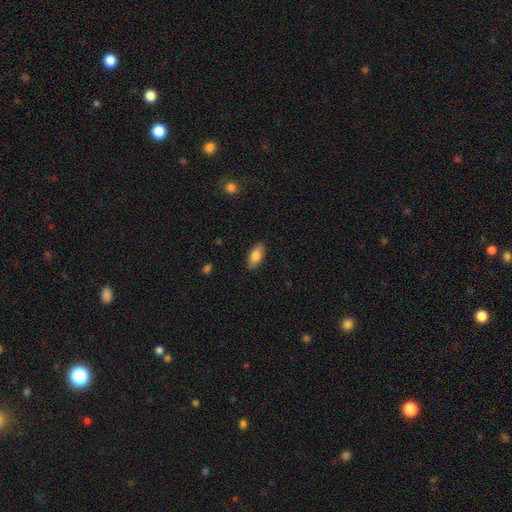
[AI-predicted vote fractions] Morphology: type=smooth (82%); roundness=in between (91%); merging=none (88%).